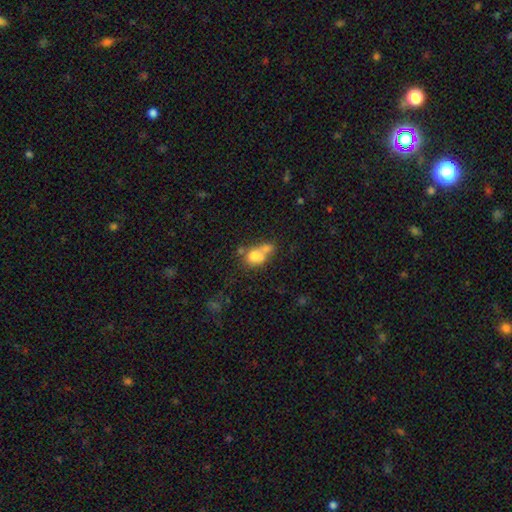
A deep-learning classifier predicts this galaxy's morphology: Overall: smooth (65%). How rounded: in between (56%; round 41%). Merging: merger (59%; none 21%).